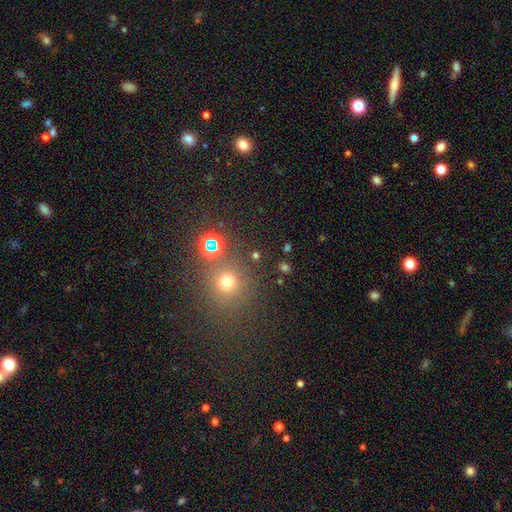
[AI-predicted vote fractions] Smooth or featured?
  - smooth: 49% *
  - star or artifact: 43%
  - featured or disk: 8%
Merging?
  - none: 81% *
  - minor disturbance: 8%
  - merger: 7%
  - major disturbance: 4%